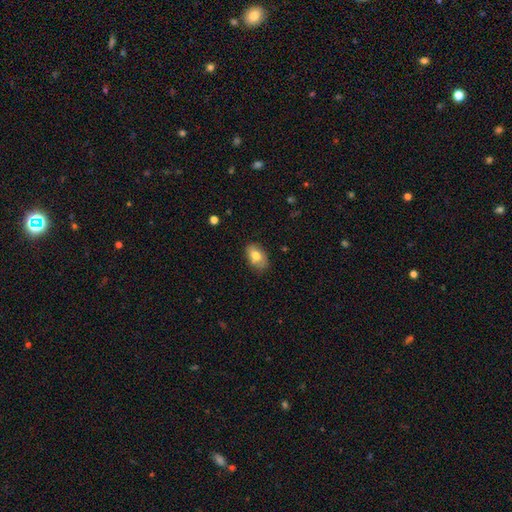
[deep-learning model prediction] A smooth galaxy with no disk features (74%) that is in between round and cigar-shaped (87%).

Vote fractions:
- Smooth or featured? smooth: 74% / featured or disk: 19% / star or artifact: 8%
- How rounded? in between: 87% / round: 11% / cigar-shaped: 1%
- Merging? none: 71% / minor disturbance: 22% / major disturbance: 4% / merger: 3%